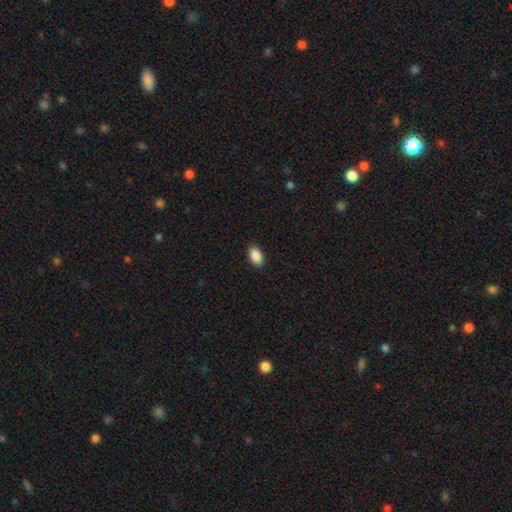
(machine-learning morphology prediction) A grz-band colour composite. It shows a smooth galaxy with no disk features (90%) that is in between round and cigar-shaped (91%). Merging: none (90%).